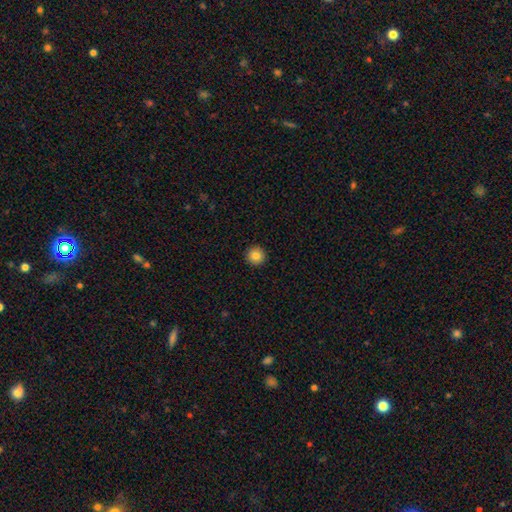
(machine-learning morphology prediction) smooth_or_featured: smooth (p=0.84) [alt: star or artifact p=0.09]
how_rounded: round (p=0.96) [alt: in between p=0.03]
merging: none (p=0.94) [alt: minor disturbance p=0.04]